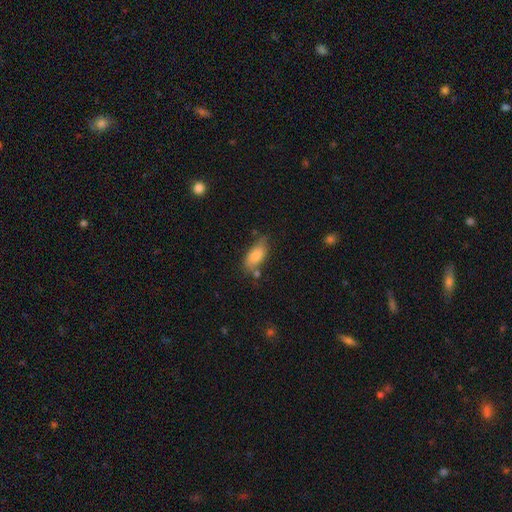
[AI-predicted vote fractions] Q: Smooth or featured?
A: smooth (81%); runner-up: featured or disk (12%)
Q: How rounded?
A: in between (87%); runner-up: cigar-shaped (10%)
Q: Merging?
A: none (62%); runner-up: minor disturbance (24%)